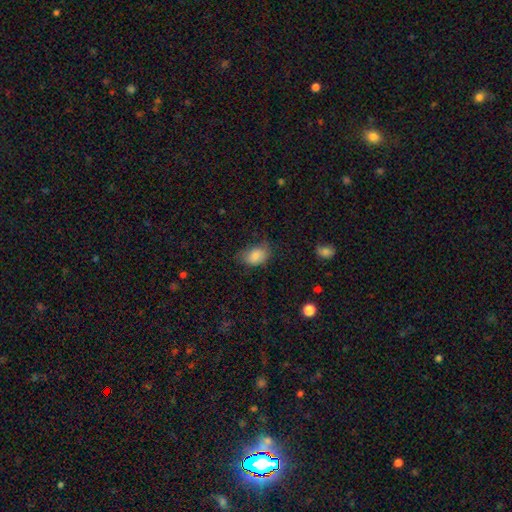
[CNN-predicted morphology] This is clearly a smooth galaxy (83%). How rounded: clearly in between (83%). Merging: possibly none (54%).